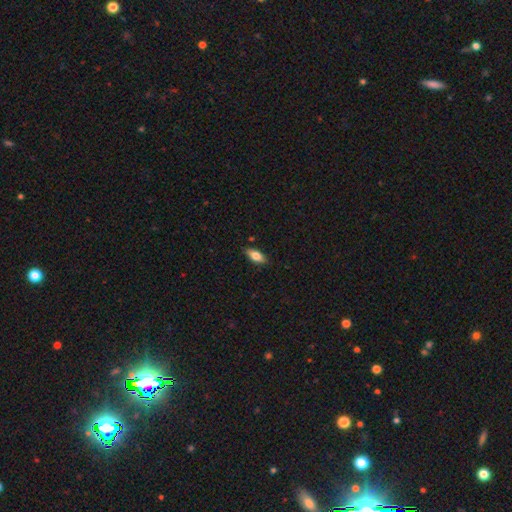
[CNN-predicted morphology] The model was most divided on "smooth or featured": smooth: 74%, featured or disk: 19%, star or artifact: 7%. More confident: merging — none (86%); how rounded — in between (80%).